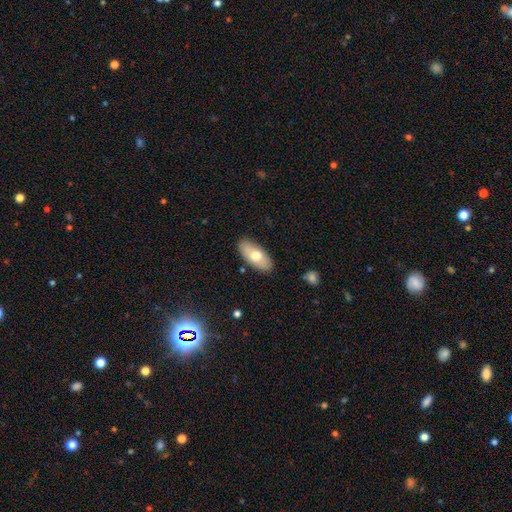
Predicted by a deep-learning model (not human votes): A smooth galaxy with no disk features (67%) that is in between round and cigar-shaped (90%).

Vote fractions:
- Smooth or featured? smooth: 67% / featured or disk: 27% / star or artifact: 6%
- How rounded? in between: 90% / cigar-shaped: 7% / round: 3%
- Merging? none: 86% / minor disturbance: 10% / major disturbance: 2% / merger: 1%